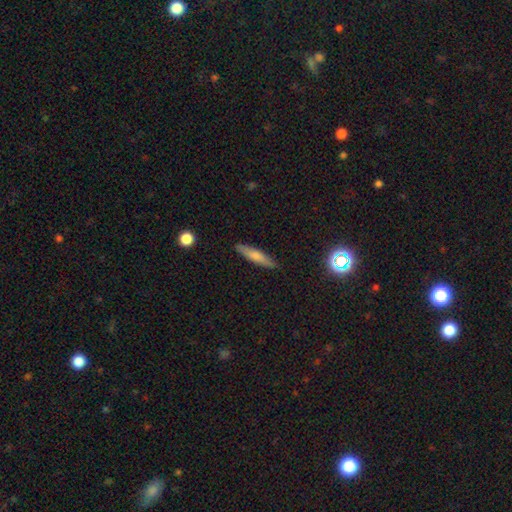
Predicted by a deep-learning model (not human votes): Morphology: type=smooth (67%); roundness=cigar-shaped (85%); merging=none (88%).